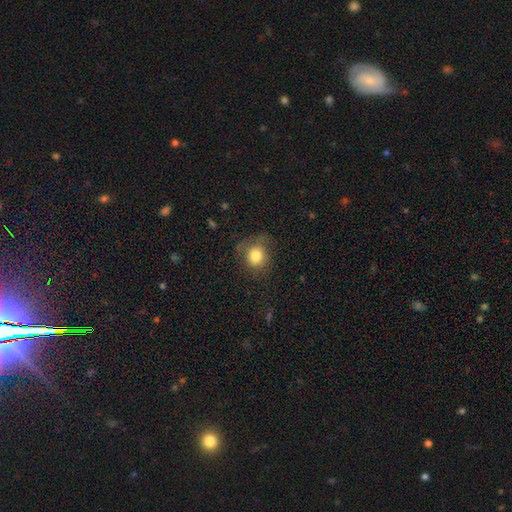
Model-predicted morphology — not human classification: A smooth galaxy with no disk features (80%) that is round (78%). Merging: none (64%).